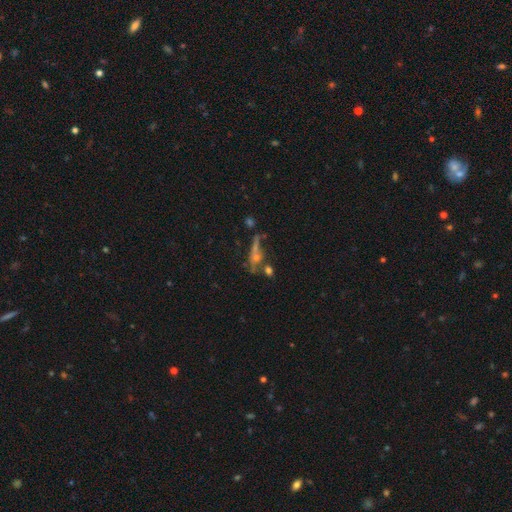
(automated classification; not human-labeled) smooth_or_featured: featured or disk (p=0.46) [alt: smooth p=0.34]
merging: none (p=0.45) [alt: merger p=0.22]